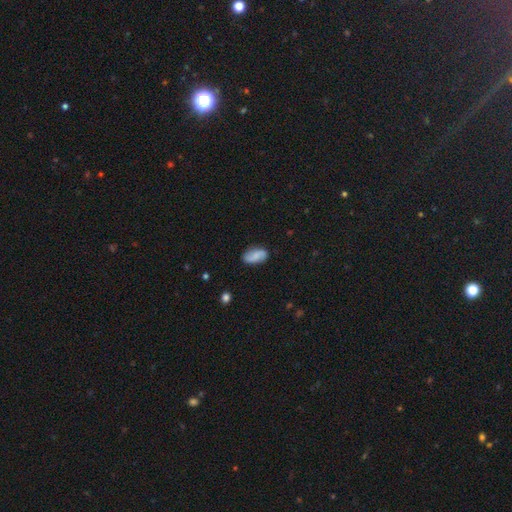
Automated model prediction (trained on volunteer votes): smooth_or_featured: smooth (p=0.63) [alt: featured or disk p=0.29]
how_rounded: in between (p=0.92) [alt: cigar-shaped p=0.04]
merging: none (p=0.81) [alt: minor disturbance p=0.14]